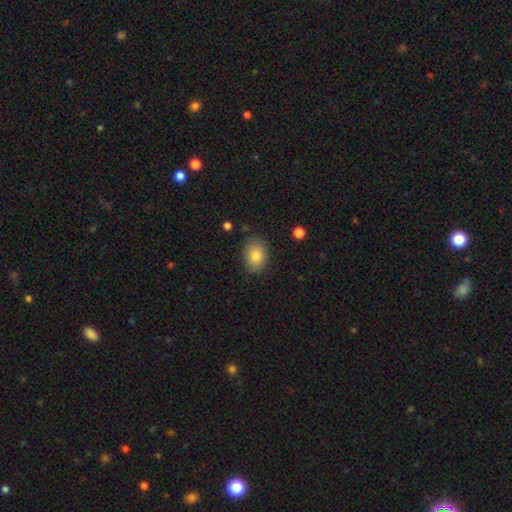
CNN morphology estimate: The model was most divided on "how rounded": in between: 72%, round: 27%, cigar-shaped: 1%. More confident: merging — none (84%); smooth or featured — smooth (83%).